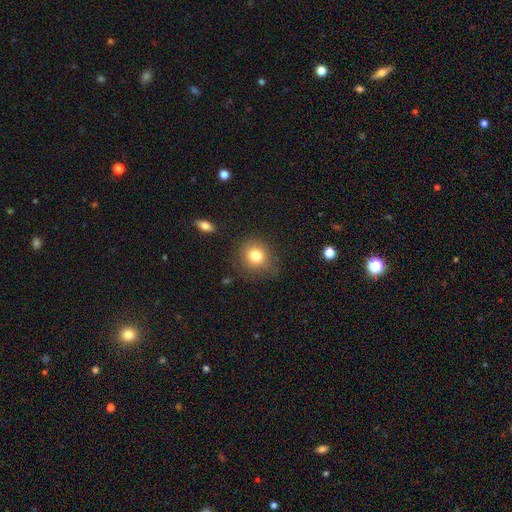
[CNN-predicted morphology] This appears to be a smooth galaxy with no disk features (81%) that is round (80%). Merging: none (79%).